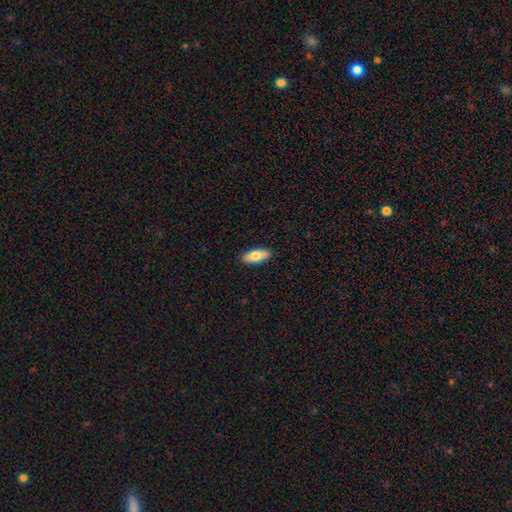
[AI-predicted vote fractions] This appears to be a smooth galaxy with no disk features (77%) that is in between round and cigar-shaped (78%). Merging: none (90%).